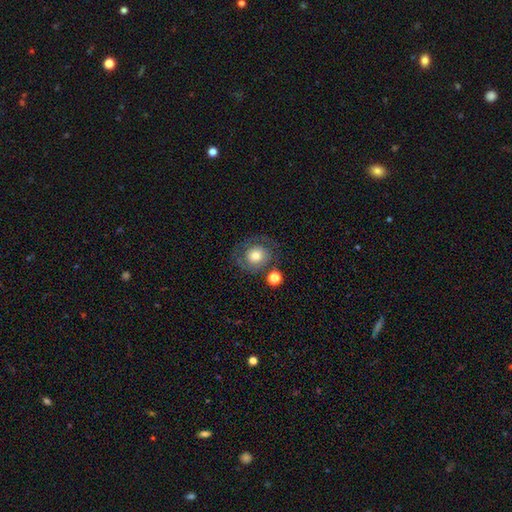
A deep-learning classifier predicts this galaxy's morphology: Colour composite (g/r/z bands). It shows a smooth galaxy with no disk features (63%) that is round (83%). Merging: none (65%).